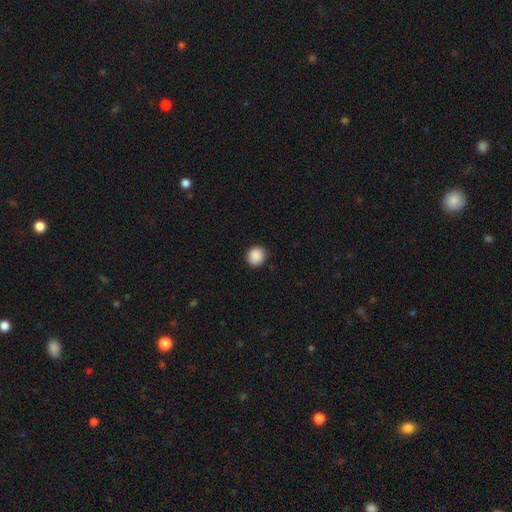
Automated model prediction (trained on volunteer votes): A smooth galaxy with no disk features (89%) that is round (84%). Merging: none (90%).